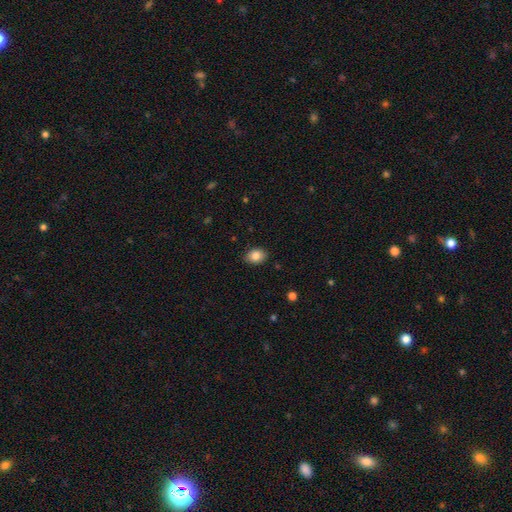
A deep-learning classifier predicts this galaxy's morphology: This is clearly a smooth galaxy (84%). How rounded: likely in between (68%). Merging: clearly none (87%).